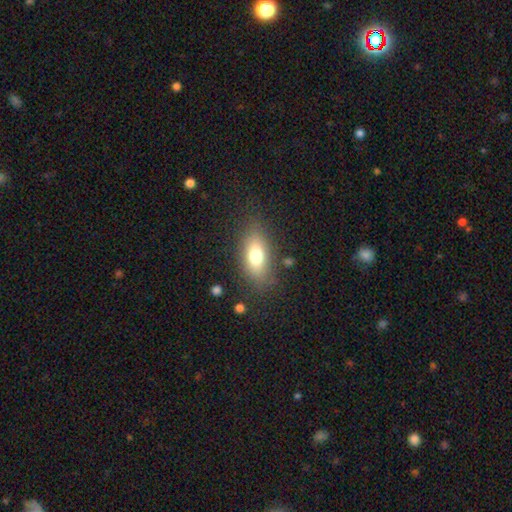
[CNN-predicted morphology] Overall: smooth (73%). How rounded: in between (83%). Merging: none (80%).